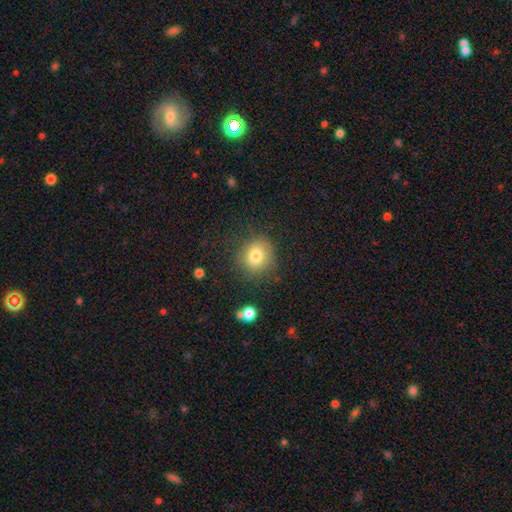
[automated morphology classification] Smooth or featured: smooth — 78% (star or artifact — 11%)
How rounded: round — 81% (in between — 18%)
Merging: none — 79% (minor disturbance — 13%)